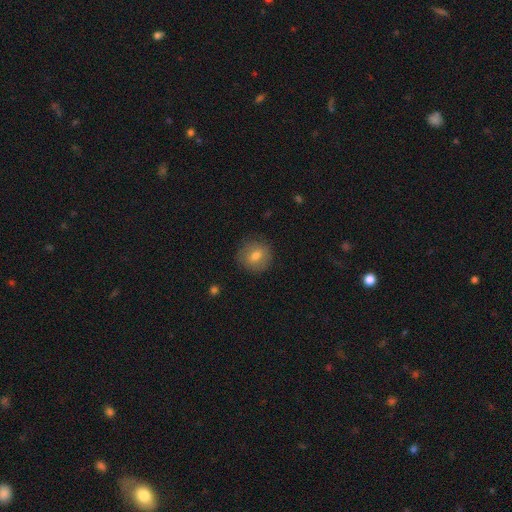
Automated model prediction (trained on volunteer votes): Q: Smooth or featured?
A: smooth (72%); runner-up: featured or disk (18%)
Q: How rounded?
A: round (87%); runner-up: in between (12%)
Q: Merging?
A: none (86%); runner-up: minor disturbance (11%)